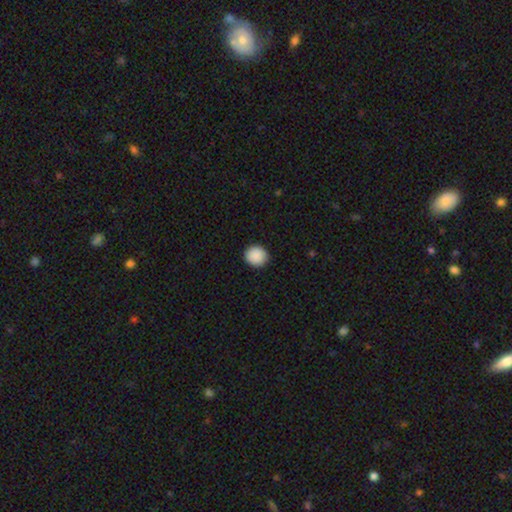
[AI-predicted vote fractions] Smooth or featured? smooth (90%)
How rounded? round (87%)
Merging? none (91%)